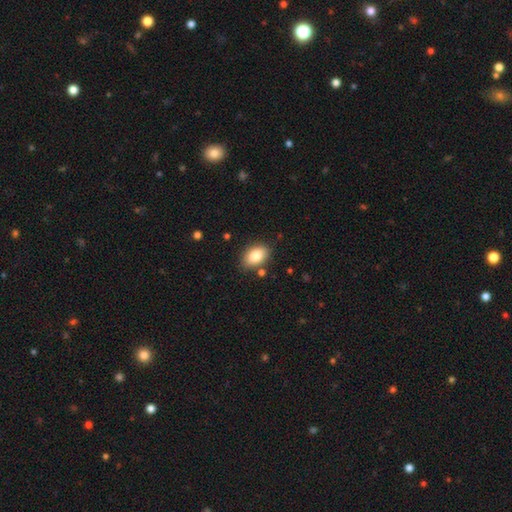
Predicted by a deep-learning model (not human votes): smooth_or_featured: smooth (p=0.84) [alt: featured or disk p=0.08]
how_rounded: in between (p=0.88) [alt: round p=0.11]
merging: none (p=0.81) [alt: minor disturbance p=0.13]